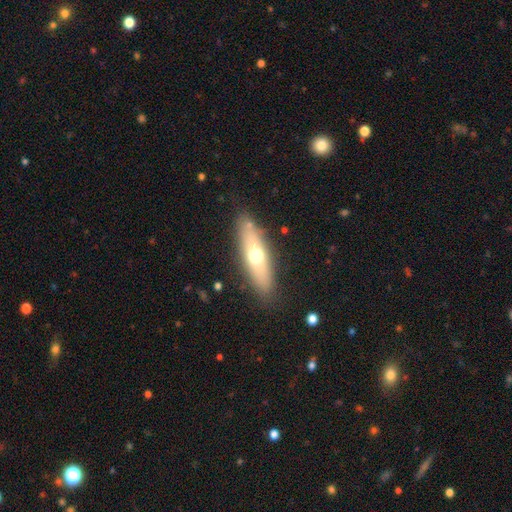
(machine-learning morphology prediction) A smooth galaxy with no disk features (55%) that is cigar-shaped (55%). Merging: none (84%).